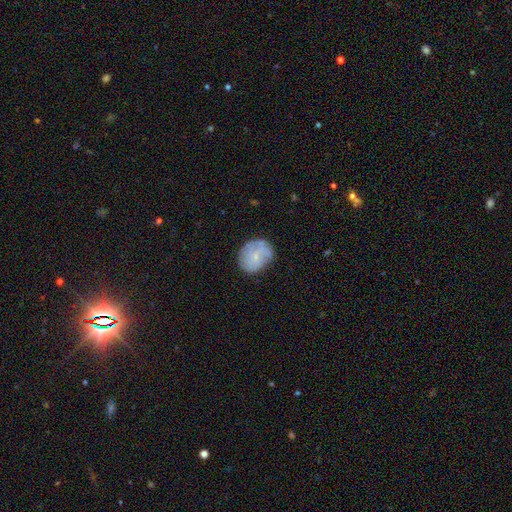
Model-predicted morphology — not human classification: type=smooth (54%); roundness=round (53%); merging=none (67%).